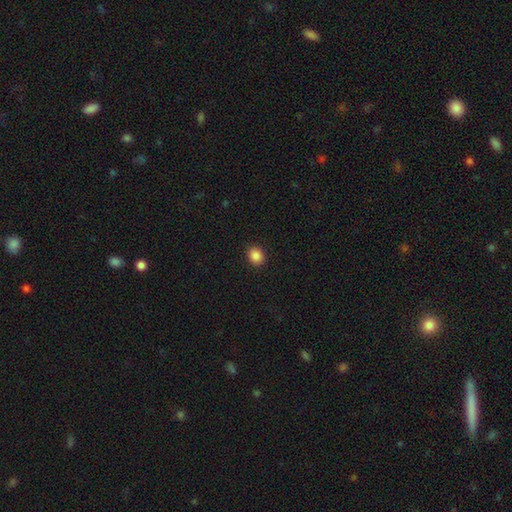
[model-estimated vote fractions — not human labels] Smooth or featured?
  - smooth: 87% *
  - star or artifact: 10%
  - featured or disk: 3%
How rounded?
  - round: 67% *
  - in between: 32%
  - cigar-shaped: 1%
Merging?
  - none: 91% *
  - minor disturbance: 6%
  - major disturbance: 2%
  - merger: 1%